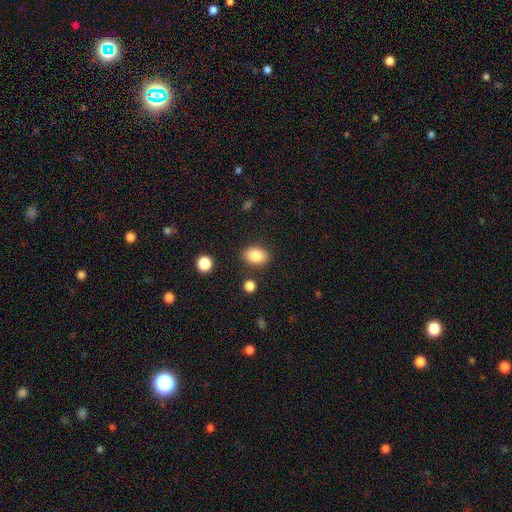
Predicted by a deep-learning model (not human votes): Morphology: type=smooth (85%); roundness=in between (77%); merging=none (84%).